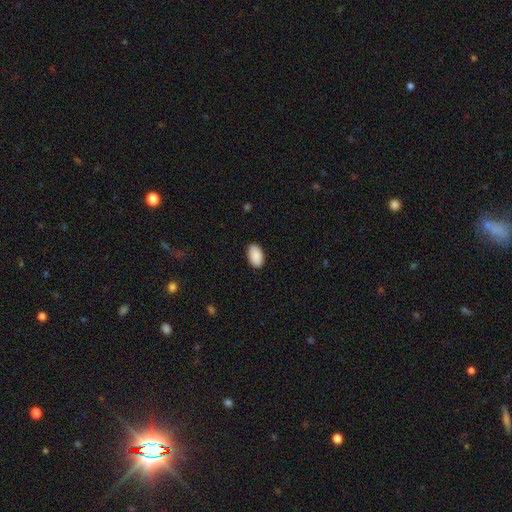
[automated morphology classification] Smooth or featured: smooth — 91% (star or artifact — 6%)
How rounded: in between — 95% (round — 4%)
Merging: none — 89% (minor disturbance — 8%)